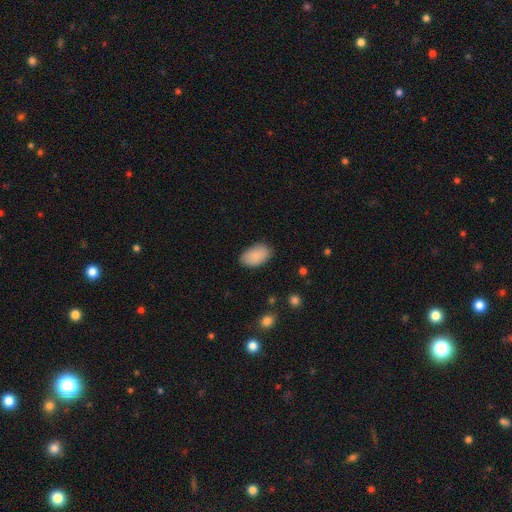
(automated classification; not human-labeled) Q: Smooth or featured?
A: smooth (87%); runner-up: star or artifact (7%)
Q: How rounded?
A: in between (93%); runner-up: round (5%)
Q: Merging?
A: none (85%); runner-up: minor disturbance (11%)